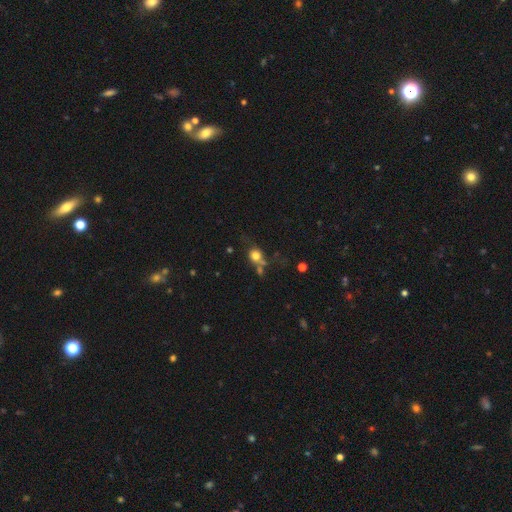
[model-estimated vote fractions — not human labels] A smooth galaxy with no disk features (72%) that is round (78%). Merging: none (47%).